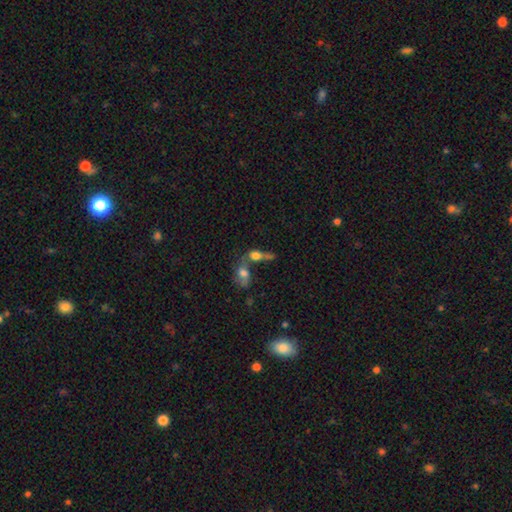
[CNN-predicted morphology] type=smooth (67%); roundness=in between (67%); merging=merger (61%).